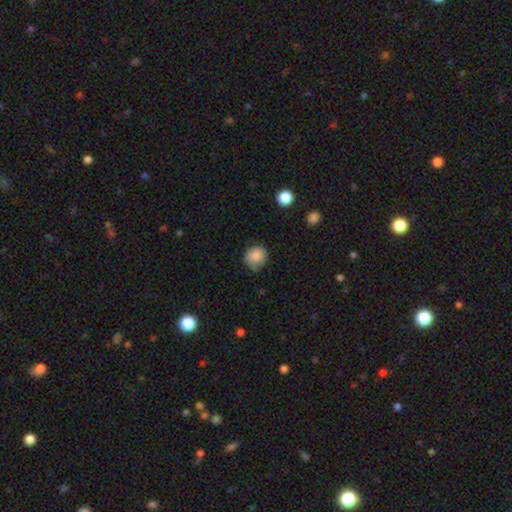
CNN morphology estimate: The model was most divided on "merging": none: 73%, minor disturbance: 22%, major disturbance: 4%, merger: 1%. More confident: smooth or featured — smooth (86%); how rounded — round (78%).